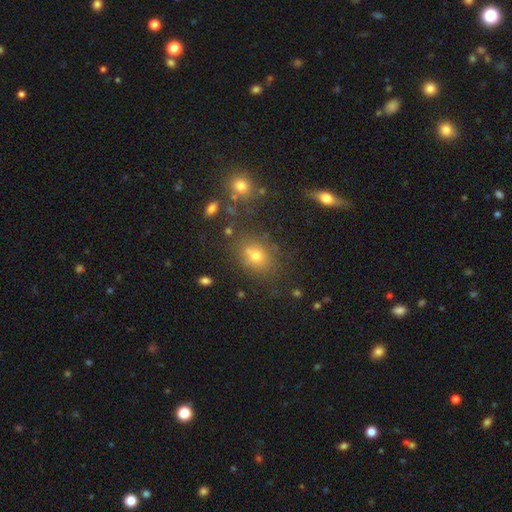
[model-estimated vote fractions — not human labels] Smooth or featured?
  - smooth: 62% *
  - star or artifact: 22%
  - featured or disk: 16%
How rounded?
  - in between: 51% *
  - round: 47%
  - cigar-shaped: 2%
Merging?
  - none: 74% *
  - minor disturbance: 12%
  - merger: 9%
  - major disturbance: 5%